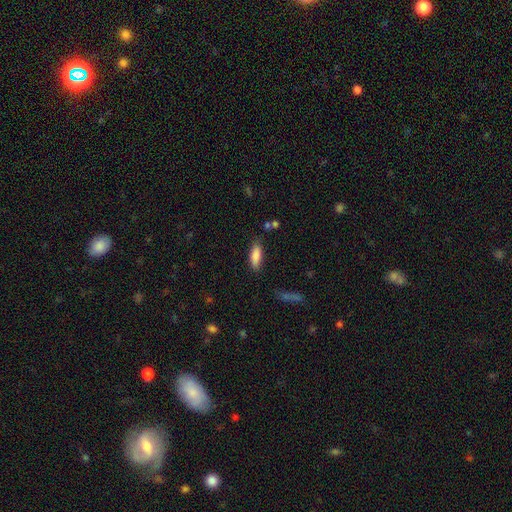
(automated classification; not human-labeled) A smooth galaxy with no disk features (86%) that is in between round and cigar-shaped (67%). Merging: none (79%).